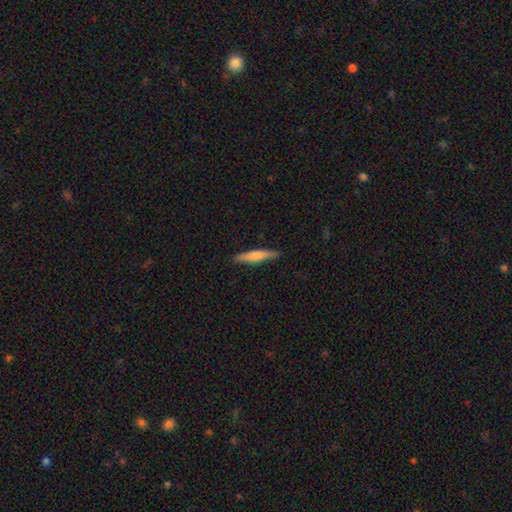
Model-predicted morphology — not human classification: The model was most divided on "smooth or featured": smooth: 70%, featured or disk: 25%, star or artifact: 6%. More confident: how rounded — cigar-shaped (90%); merging — none (88%).